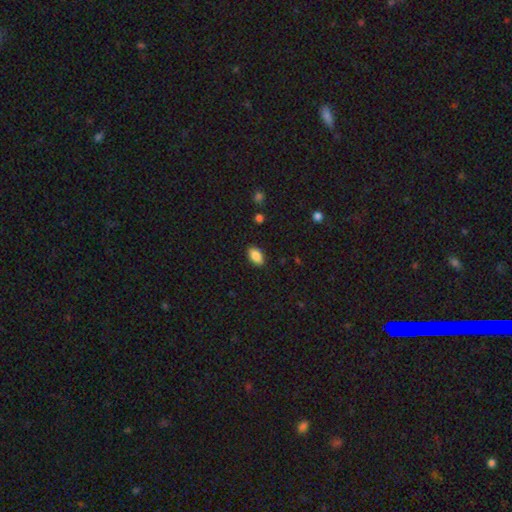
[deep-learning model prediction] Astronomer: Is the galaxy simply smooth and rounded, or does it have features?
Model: smooth — 86%.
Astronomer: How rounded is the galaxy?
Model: in between — 92%.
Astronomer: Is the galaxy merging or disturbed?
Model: none — 87%.